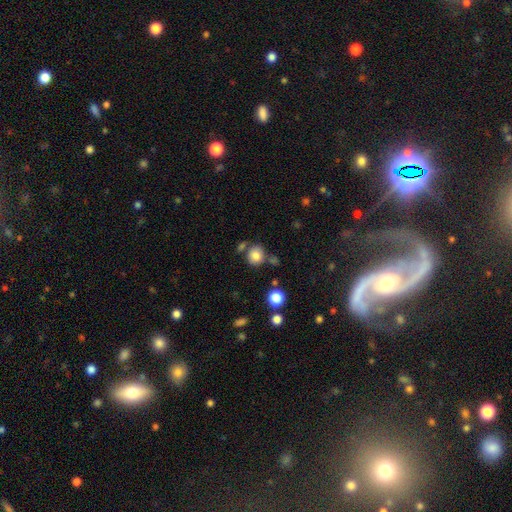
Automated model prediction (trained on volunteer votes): Smooth or featured? smooth (81%)
How rounded? round (79%)
Merging? none (72%)